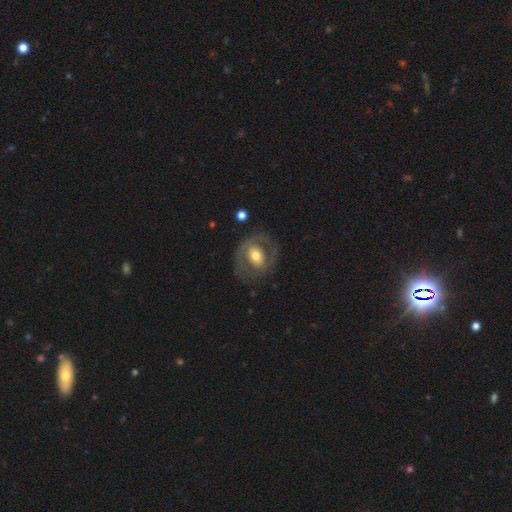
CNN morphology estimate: Smooth or featured?
  - featured or disk: 61% *
  - smooth: 33%
  - star or artifact: 6%
Edge-on disk?
  - no: 96% *
  - yes: 4%
Bar?
  - no: 54% *
  - weak: 31%
  - strong: 15%
Spiral arms?
  - no: 53% *
  - yes: 47%
Bulge size?
  - moderate: 66% *
  - large: 18%
  - small: 13%
  - dominant: 2%
  - none: 1%
Merging?
  - none: 71% *
  - minor disturbance: 16%
  - major disturbance: 12%
  - merger: 1%